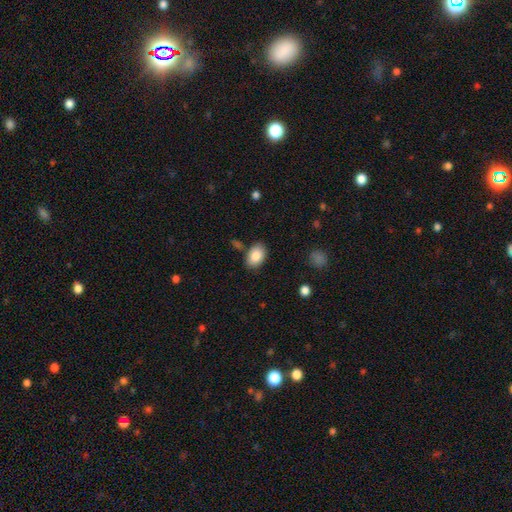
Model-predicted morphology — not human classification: Q: Smooth or featured?
A: smooth (86%); runner-up: star or artifact (7%)
Q: How rounded?
A: in between (87%); runner-up: round (12%)
Q: Merging?
A: none (81%); runner-up: minor disturbance (12%)